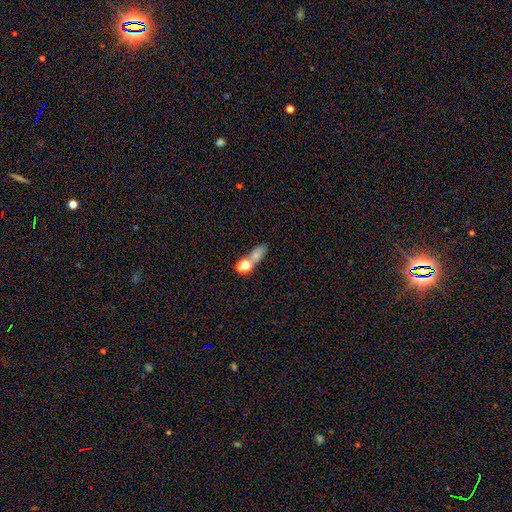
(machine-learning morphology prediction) This is likely a smooth galaxy (65%). How rounded: likely in between (61%). Merging: possibly none (53%).